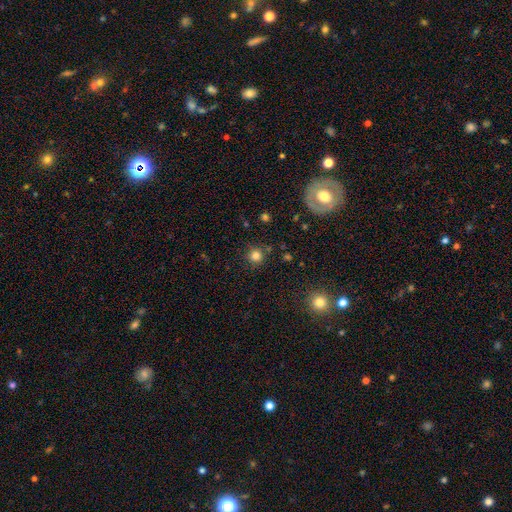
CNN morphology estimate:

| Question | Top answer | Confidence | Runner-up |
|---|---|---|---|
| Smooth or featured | smooth | 81% | star or artifact (14%) |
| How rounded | round | 94% | in between (5%) |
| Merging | none | 87% | minor disturbance (8%) |